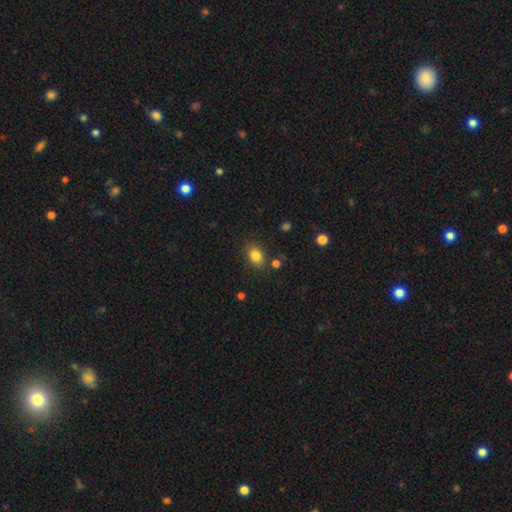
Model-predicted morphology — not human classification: A smooth galaxy with no disk features (83%) that is in between round and cigar-shaped (57%).

Vote fractions:
- Smooth or featured? smooth: 83% / star or artifact: 11% / featured or disk: 6%
- How rounded? in between: 57% / round: 42% / cigar-shaped: 1%
- Merging? none: 80% / minor disturbance: 12% / merger: 4% / major disturbance: 4%